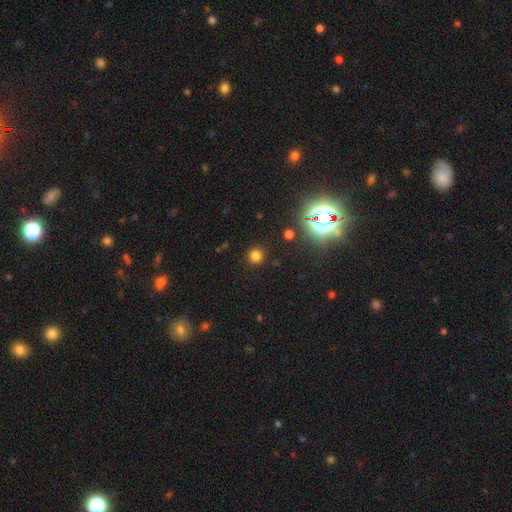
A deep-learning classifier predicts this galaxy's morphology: type=smooth (75%); roundness=round (92%); merging=none (89%).